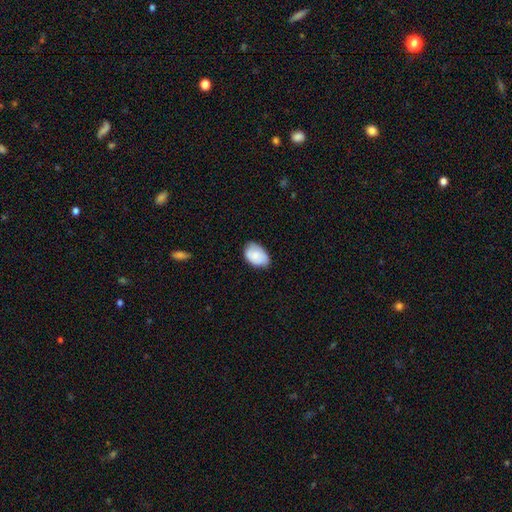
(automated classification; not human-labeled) Smooth or featured: smooth — 77% (featured or disk — 16%)
How rounded: in between — 87% (round — 12%)
Merging: none — 68% (minor disturbance — 27%)